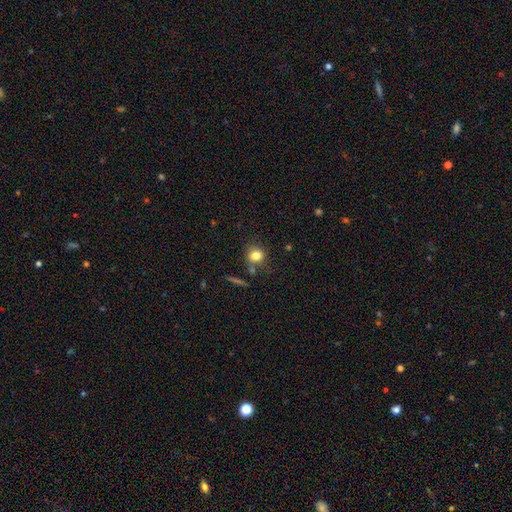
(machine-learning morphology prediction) This is likely a smooth galaxy (79%). How rounded: likely round (77%). Merging: likely none (70%).